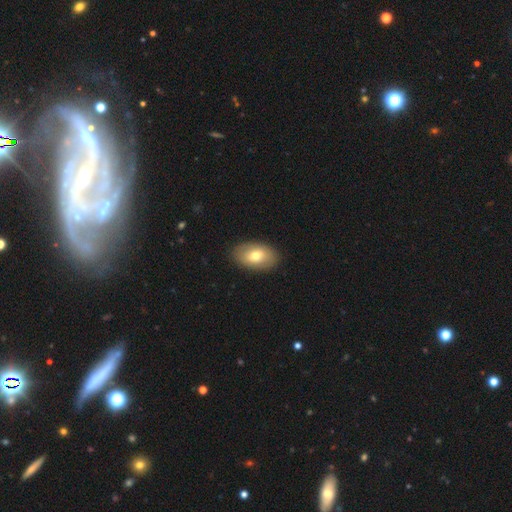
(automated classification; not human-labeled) The model was most divided on "smooth or featured": smooth: 68%, featured or disk: 26%, star or artifact: 7%. More confident: how rounded — in between (90%); merging — none (87%).